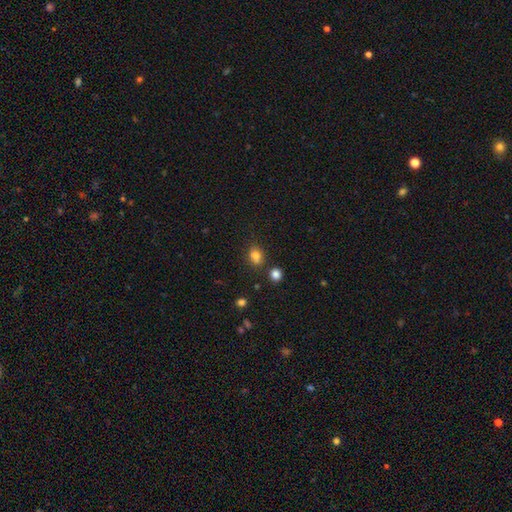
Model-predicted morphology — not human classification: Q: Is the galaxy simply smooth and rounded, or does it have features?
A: smooth — 78%.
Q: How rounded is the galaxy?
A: in between — 53%.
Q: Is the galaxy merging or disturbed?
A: none — 61%.